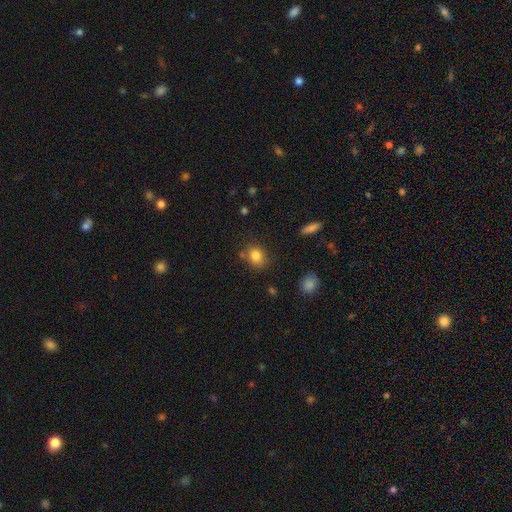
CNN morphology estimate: A smooth galaxy with no disk features (82%) that is round (58%). Merging: none (74%).